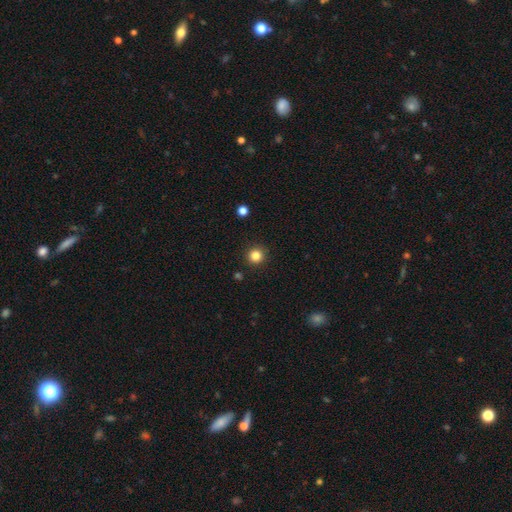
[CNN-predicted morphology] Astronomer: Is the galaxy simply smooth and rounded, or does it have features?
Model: smooth — 84%.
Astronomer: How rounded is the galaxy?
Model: round — 94%.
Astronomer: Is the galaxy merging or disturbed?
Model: none — 92%.